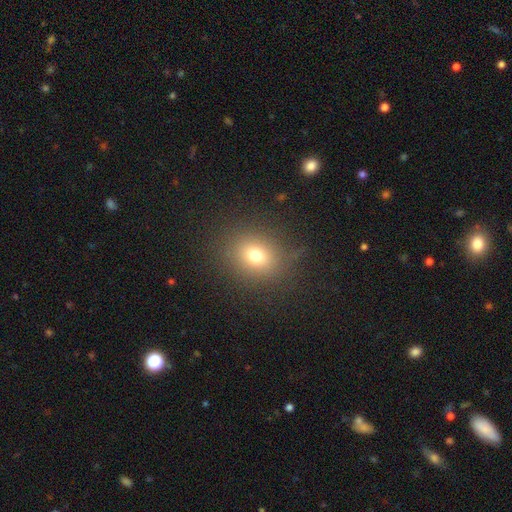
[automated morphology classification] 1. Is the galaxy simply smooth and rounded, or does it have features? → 73% smooth, 16% star or artifact, 10% featured or disk.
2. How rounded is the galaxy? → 64% round, 35% in between, 1% cigar-shaped.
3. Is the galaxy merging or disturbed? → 84% none, 10% minor disturbance, 5% major disturbance, 1% merger.